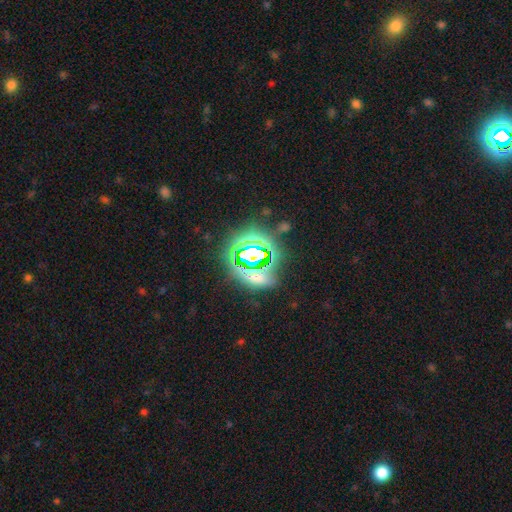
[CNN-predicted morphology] Q: Smooth or featured?
A: star or artifact (78%); runner-up: smooth (12%)